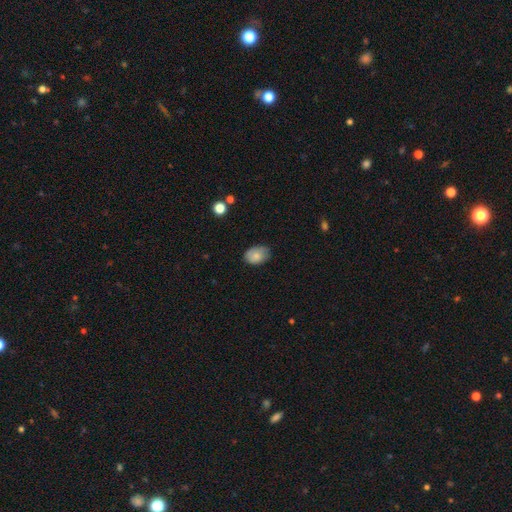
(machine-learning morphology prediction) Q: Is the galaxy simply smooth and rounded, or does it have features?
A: smooth — 81%.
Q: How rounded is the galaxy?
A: in between — 82%.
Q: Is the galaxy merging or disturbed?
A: none — 71%.